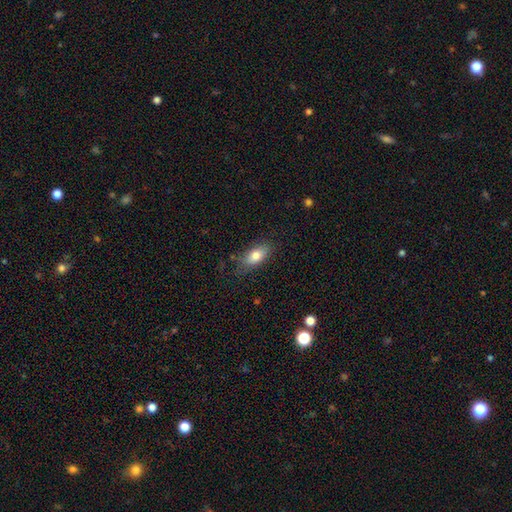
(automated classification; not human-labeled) This appears to be a smooth galaxy with no disk features (79%) that is in between round and cigar-shaped (87%). Merging: none (76%).